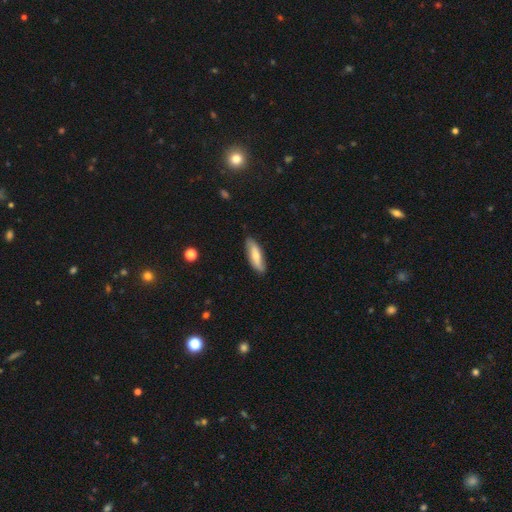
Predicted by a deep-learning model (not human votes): This appears to be a smooth galaxy with no disk features (61%) that is cigar-shaped (49%, tied with in between). Merging: none (82%).